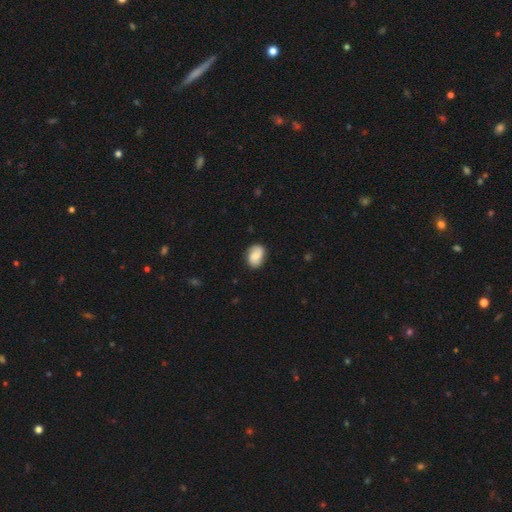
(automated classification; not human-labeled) Smooth or featured? smooth (59%)
How rounded? in between (74%)
Merging? none (77%)